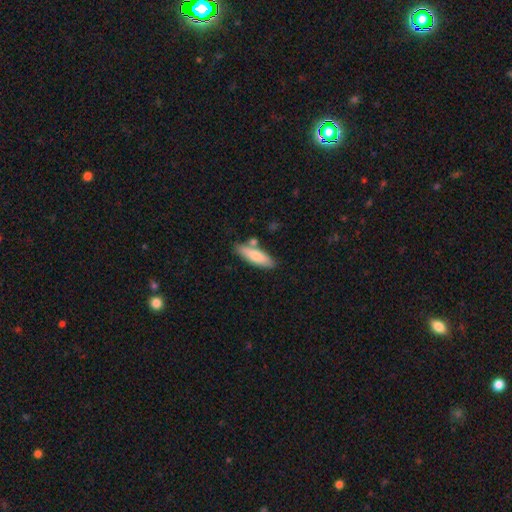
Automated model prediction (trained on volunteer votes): This appears to be a smooth galaxy with no disk features (76%) that is cigar-shaped (55%). Merging: none (71%).